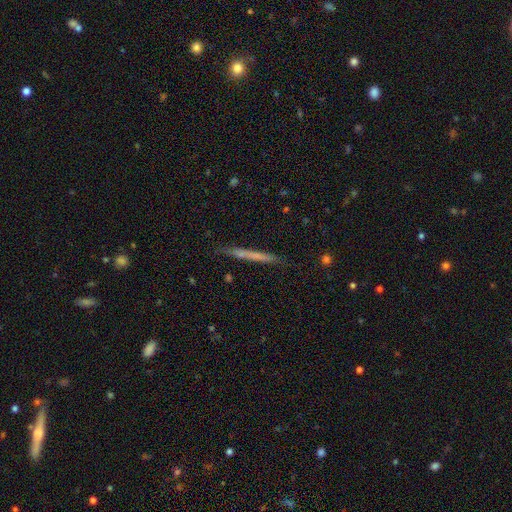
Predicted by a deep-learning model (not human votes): smooth-or-featured: smooth: 55% | featured or disk: 39% | star or artifact: 6%
  how-rounded: cigar-shaped: 96% | in between: 2% | round: 2%
  merging: none: 85% | minor disturbance: 11% | major disturbance: 2% | merger: 2%